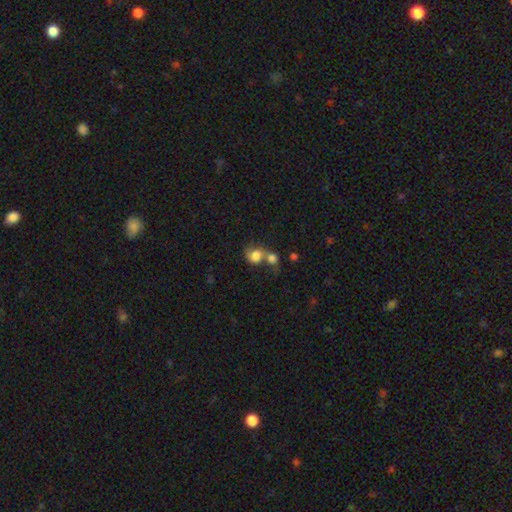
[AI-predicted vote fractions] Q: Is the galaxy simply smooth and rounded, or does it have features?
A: smooth — 69%.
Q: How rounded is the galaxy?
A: round — 65%.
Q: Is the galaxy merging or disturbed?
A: merger — 65%.